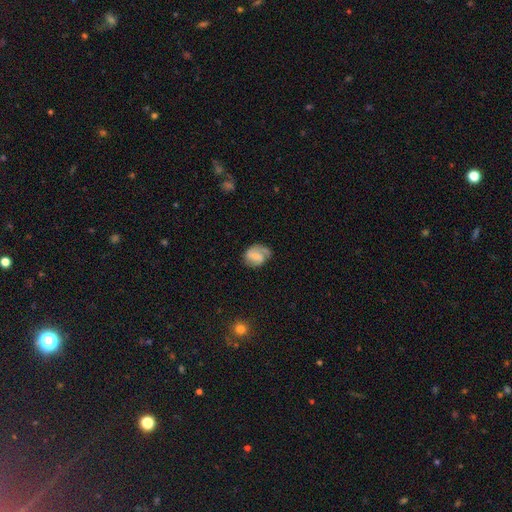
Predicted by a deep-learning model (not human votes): Smooth or featured?
  - featured or disk: 61% *
  - smooth: 31%
  - star or artifact: 8%
Edge-on disk?
  - no: 97% *
  - yes: 3%
Bar?
  - weak: 49% *
  - no: 28%
  - strong: 24%
Spiral arms?
  - yes: 89% *
  - no: 11%
Spiral winding?
  - medium: 44% *
  - tight: 30%
  - loose: 26%
Spiral arm count?
  - 2: 60% *
  - 1: 30%
  - can't tell: 8%
  - 3: 1%
  - 4: 1%
  - more than 4: 1%
Bulge size?
  - small: 42% *
  - none: 30%
  - moderate: 23%
  - large: 4%
  - dominant: 1%
Merging?
  - none: 59% *
  - minor disturbance: 25%
  - major disturbance: 14%
  - merger: 2%